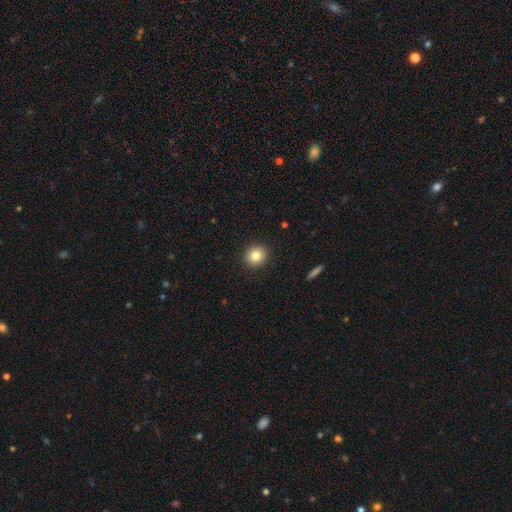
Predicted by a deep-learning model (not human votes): The model was most divided on "smooth or featured": smooth: 83%, star or artifact: 10%, featured or disk: 7%. More confident: merging — none (92%); how rounded — round (87%).